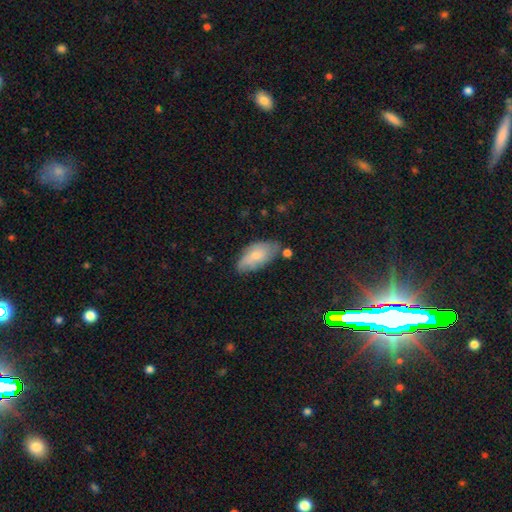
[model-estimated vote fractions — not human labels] Overall: smooth (72%). How rounded: in between (89%). Merging: none (64%; minor disturbance 26%).